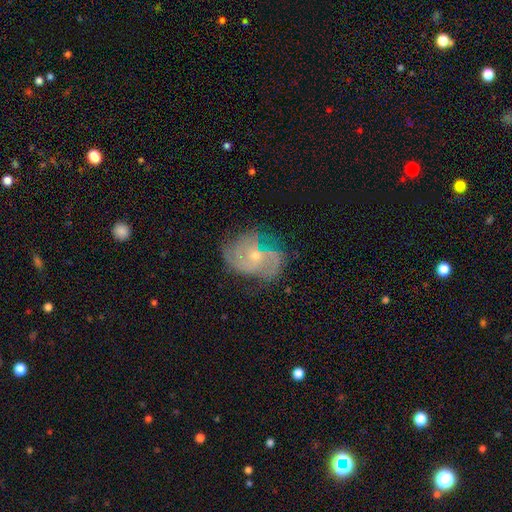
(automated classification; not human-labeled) Smooth or featured? featured or disk (82%)
Edge-on disk? no (98%)
Bar? no (64%)
Spiral arms? yes (93%)
Spiral winding? medium (46%)
Spiral arm count? 2 (31%)
Bulge size? small (64%)
Merging? none (62%)